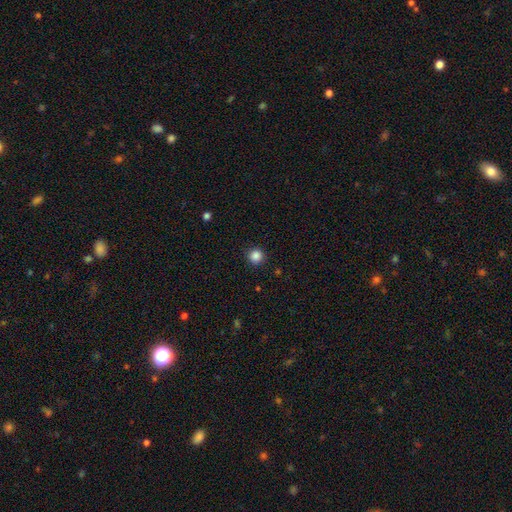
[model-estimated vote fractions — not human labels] A smooth galaxy with no disk features (86%) that is round (95%).

Vote fractions:
- Smooth or featured? smooth: 86% / star or artifact: 11% / featured or disk: 3%
- How rounded? round: 95% / in between: 4% / cigar-shaped: 1%
- Merging? none: 92% / minor disturbance: 5% / major disturbance: 2% / merger: 1%